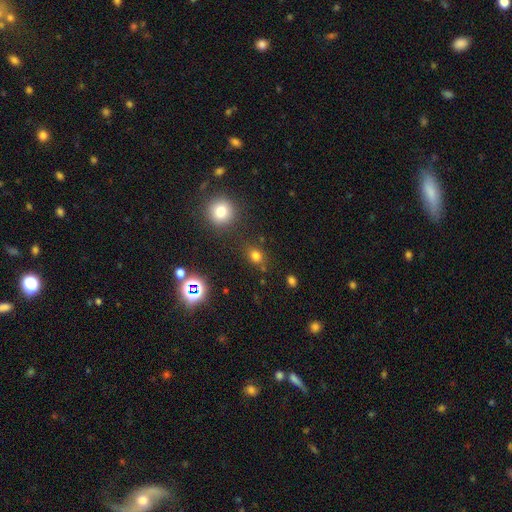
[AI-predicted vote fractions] Overall: smooth (73%). How rounded: round (62%; in between 37%). Merging: none (78%).